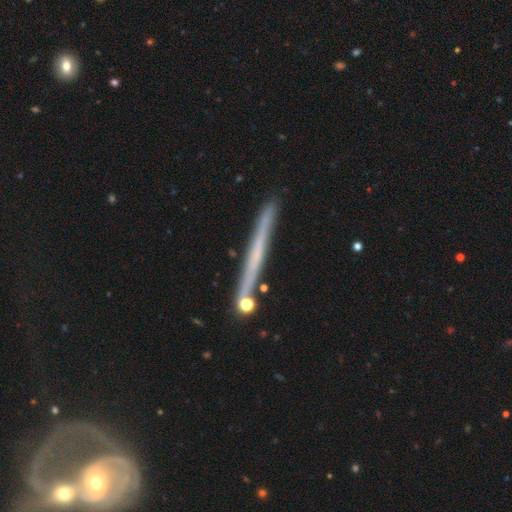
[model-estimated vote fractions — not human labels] This appears to be a featured or disk galaxy (56%) viewed edge-on (96%) with no central bulge (86%). Merging: none (86%).